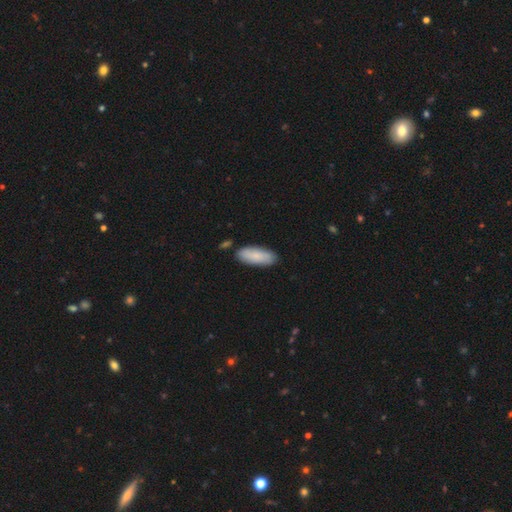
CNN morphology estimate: Q: Smooth or featured?
A: smooth (80%); runner-up: featured or disk (14%)
Q: How rounded?
A: in between (72%); runner-up: cigar-shaped (26%)
Q: Merging?
A: none (83%); runner-up: minor disturbance (12%)